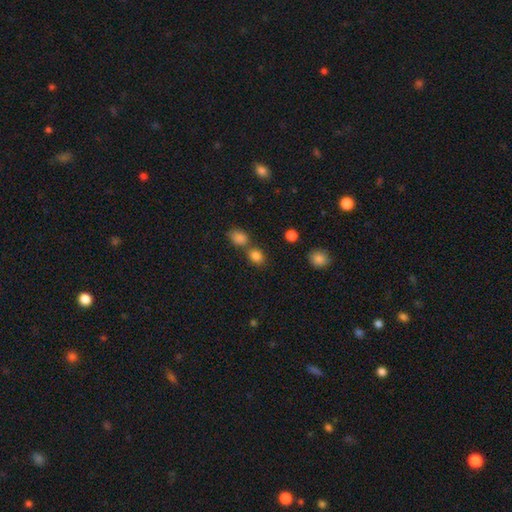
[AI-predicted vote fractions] Q: Smooth or featured?
A: smooth (83%); runner-up: star or artifact (12%)
Q: How rounded?
A: in between (51%); runner-up: round (48%)
Q: Merging?
A: none (57%); runner-up: merger (29%)